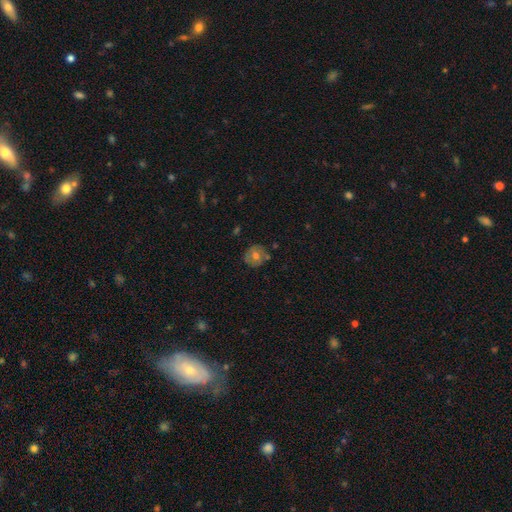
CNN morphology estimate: smooth-or-featured: smooth: 59% | featured or disk: 31% | star or artifact: 9%
  how-rounded: round: 85% | in between: 14% | cigar-shaped: 1%
  merging: none: 78% | minor disturbance: 15% | merger: 4% | major disturbance: 3%